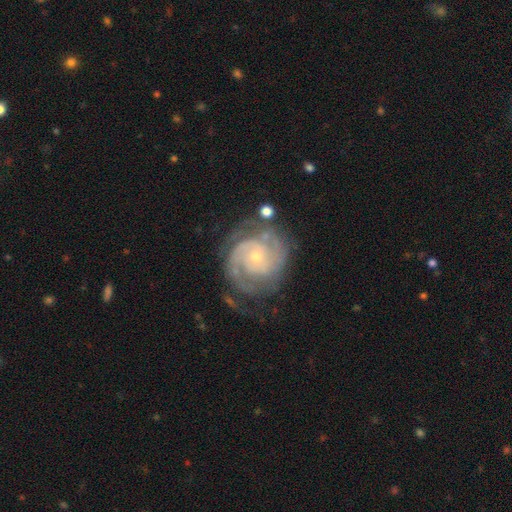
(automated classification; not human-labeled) Smooth or featured? featured or disk (90%)
Edge-on disk? no (98%)
Bar? no (72%)
Spiral arms? yes (97%)
Spiral winding? tight (67%)
Spiral arm count? 2 (56%)
Bulge size? small (68%)
Merging? none (67%)